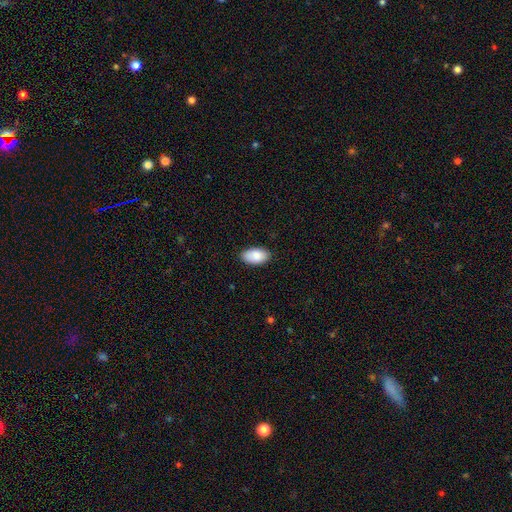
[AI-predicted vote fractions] A smooth galaxy with no disk features (89%) that is in between round and cigar-shaped (96%).

Vote fractions:
- Smooth or featured? smooth: 89% / star or artifact: 6% / featured or disk: 5%
- How rounded? in between: 96% / round: 3% / cigar-shaped: 2%
- Merging? none: 86% / minor disturbance: 11% / major disturbance: 2% / merger: 1%